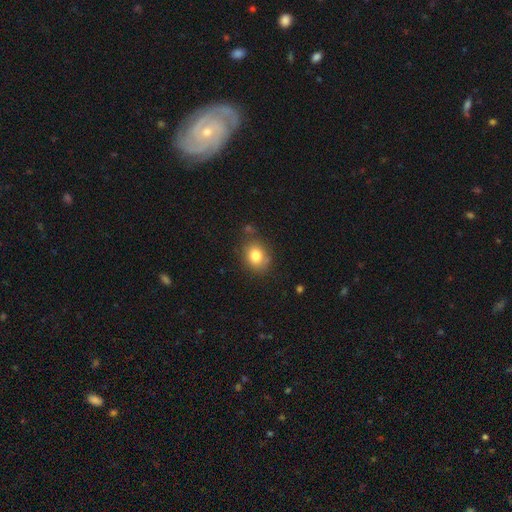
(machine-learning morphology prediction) Smooth or featured: smooth — 81% (star or artifact — 10%)
How rounded: round — 54% (in between — 45%)
Merging: none — 74% (minor disturbance — 17%)